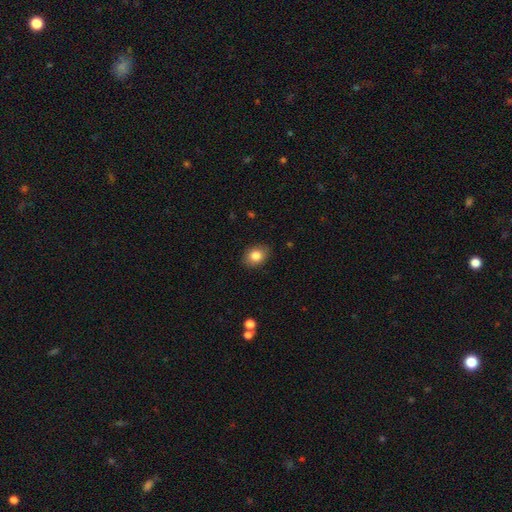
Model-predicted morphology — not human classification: This appears to be a smooth galaxy with no disk features (83%) that is in between round and cigar-shaped (61%). Merging: none (87%).